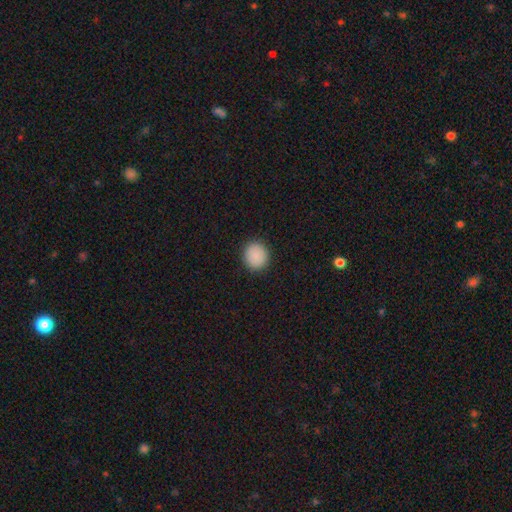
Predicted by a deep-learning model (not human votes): Smooth or featured? smooth (89%)
How rounded? round (89%)
Merging? none (92%)